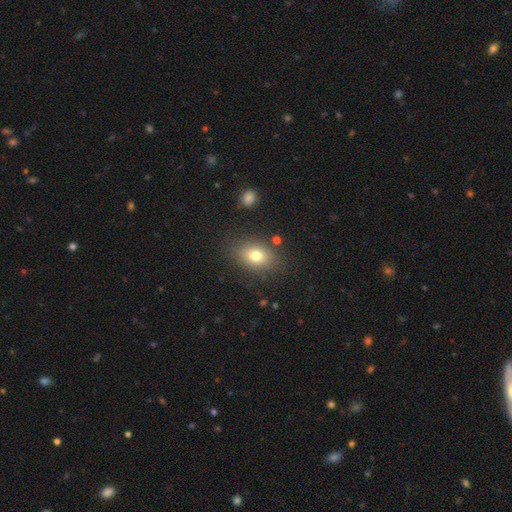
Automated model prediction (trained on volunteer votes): smooth 76%, featured or disk 13%, star or artifact 11%. Down the decision tree: how rounded — in between (73%); merging — none (82%).